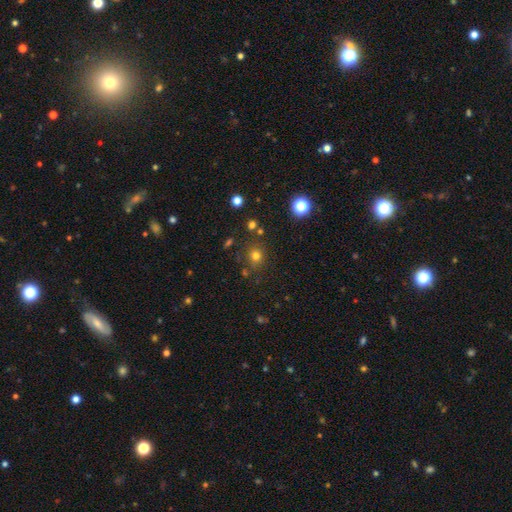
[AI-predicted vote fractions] Smooth or featured: smooth — 73% (star or artifact — 20%)
How rounded: round — 85% (in between — 14%)
Merging: none — 79% (minor disturbance — 11%)